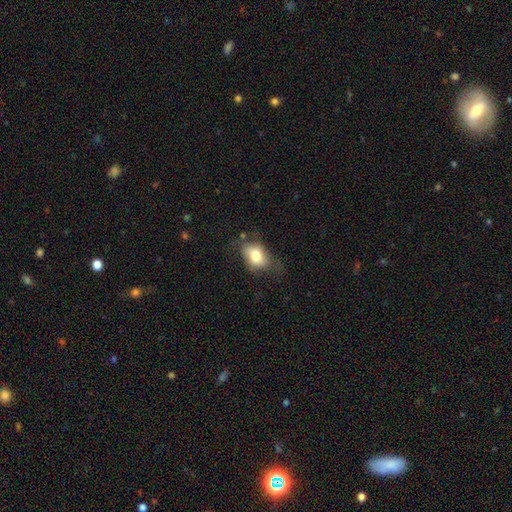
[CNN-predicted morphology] smooth 75%, featured or disk 16%, star or artifact 9%. Down the decision tree: how rounded — in between (78%); merging — none (58%).